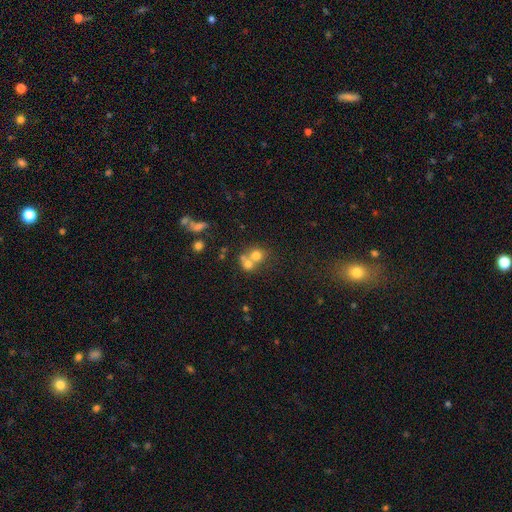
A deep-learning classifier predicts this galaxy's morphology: smooth 68%, featured or disk 18%, star or artifact 14%. Down the decision tree: how rounded — round (78%); merging — merger (57%).